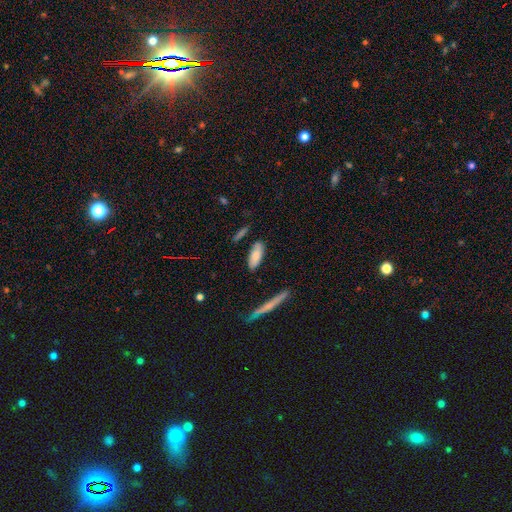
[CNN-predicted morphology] smooth-or-featured: smooth: 81% | featured or disk: 13% | star or artifact: 6%
  how-rounded: in between: 67% | cigar-shaped: 31% | round: 2%
  merging: none: 81% | minor disturbance: 13% | merger: 3% | major disturbance: 3%